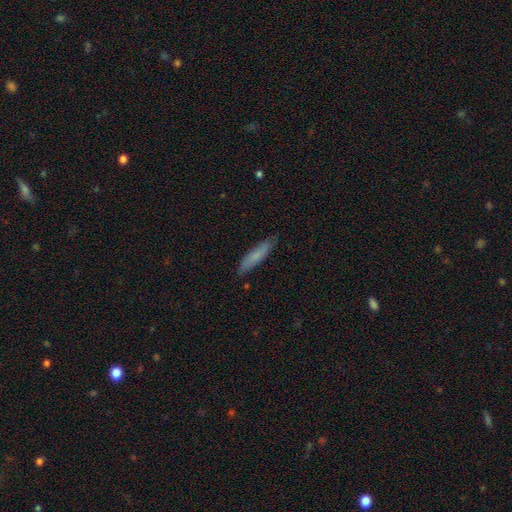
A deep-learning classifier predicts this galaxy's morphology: Overall: smooth (72%). How rounded: cigar-shaped (84%). Merging: none (85%).